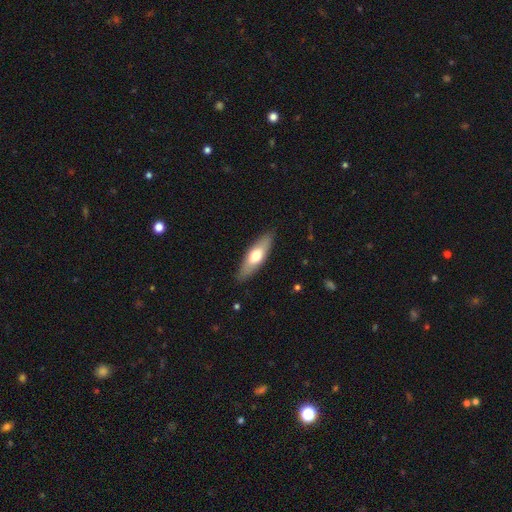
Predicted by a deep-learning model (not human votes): A smooth galaxy with no disk features (59%) that is in between round and cigar-shaped (50%).

Vote fractions:
- Smooth or featured? smooth: 59% / featured or disk: 36% / star or artifact: 5%
- How rounded? in between: 50% / cigar-shaped: 48% / round: 2%
- Merging? none: 87% / minor disturbance: 10% / major disturbance: 2% / merger: 1%